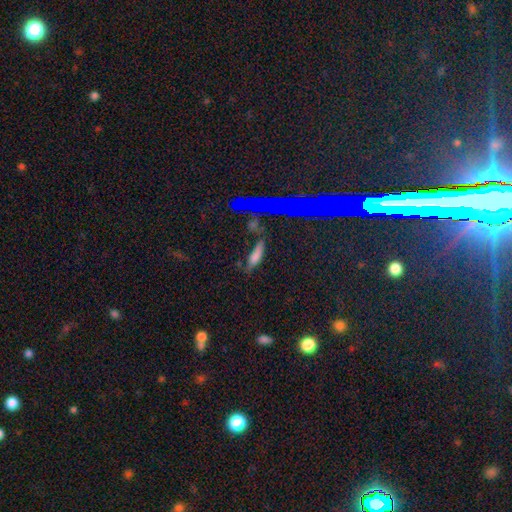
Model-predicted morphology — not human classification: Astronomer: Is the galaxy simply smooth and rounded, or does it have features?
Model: smooth — 69%.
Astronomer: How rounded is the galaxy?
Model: cigar-shaped — 63%.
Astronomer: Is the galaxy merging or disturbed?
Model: none — 64%.